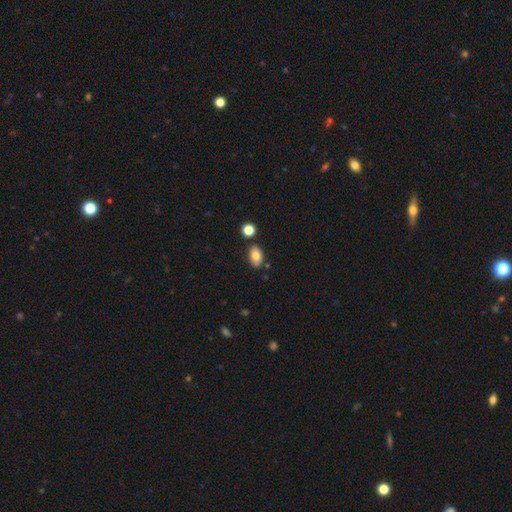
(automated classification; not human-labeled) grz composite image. It shows a smooth galaxy with no disk features (77%) that is in between round and cigar-shaped (88%). Merging: none (77%).